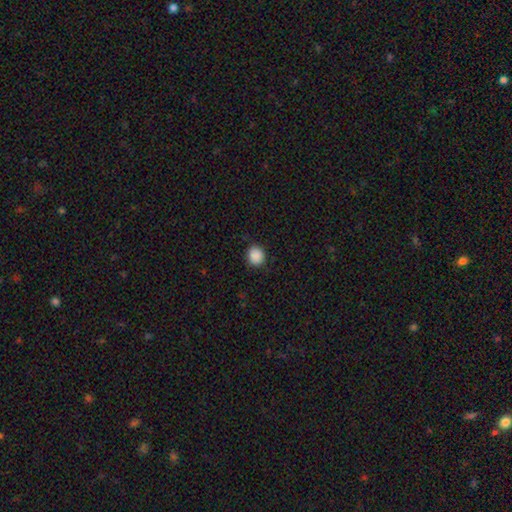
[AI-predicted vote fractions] The model was most divided on "how rounded": round: 78%, in between: 21%, cigar-shaped: 1%. More confident: smooth or featured — smooth (89%); merging — none (87%).